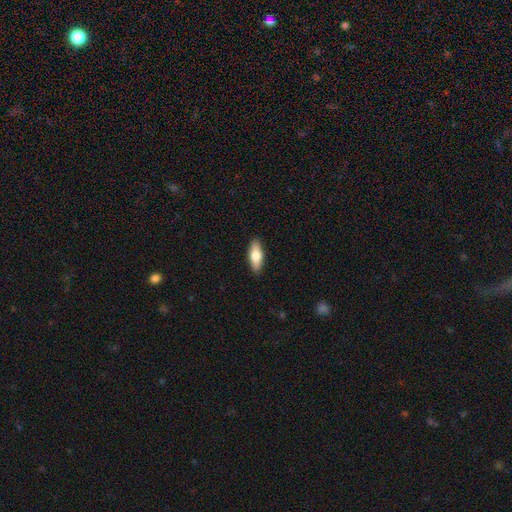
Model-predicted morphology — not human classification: smooth 70%, featured or disk 25%, star or artifact 6%. Down the decision tree: how rounded — in between (71%); merging — none (90%).